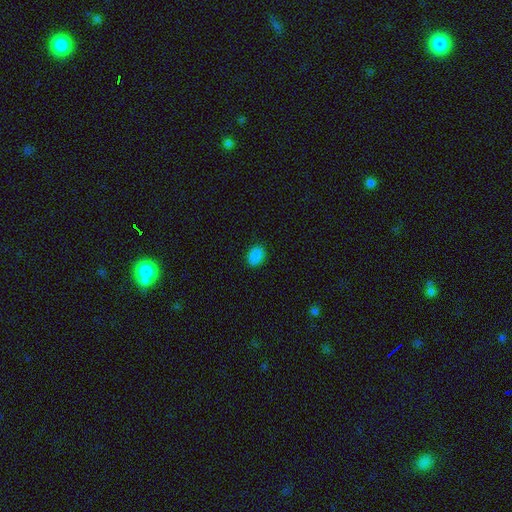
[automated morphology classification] This appears to be a smooth galaxy with no disk features (87%) that is in between round and cigar-shaped (80%). Merging: none (88%).